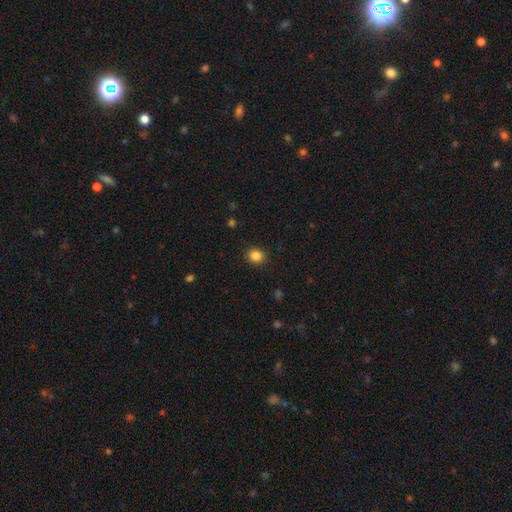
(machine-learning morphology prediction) smooth-or-featured: smooth: 85% | star or artifact: 11% | featured or disk: 4%
  how-rounded: round: 84% | in between: 16% | cigar-shaped: 1%
  merging: none: 91% | minor disturbance: 6% | major disturbance: 2% | merger: 1%